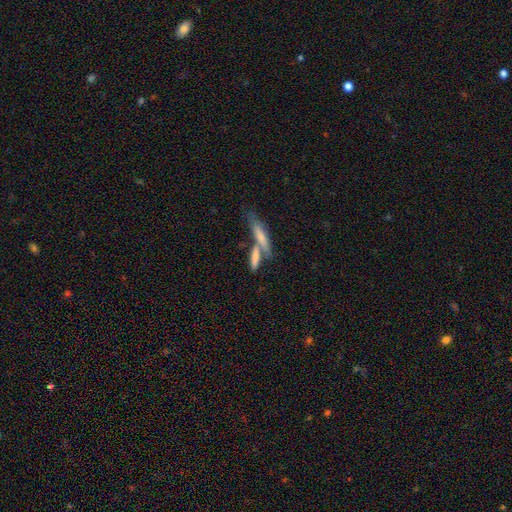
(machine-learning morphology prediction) Q: Smooth or featured?
A: smooth (57%); runner-up: featured or disk (33%)
Q: How rounded?
A: cigar-shaped (78%); runner-up: in between (19%)
Q: Merging?
A: merger (43%); tied with: none (43%)